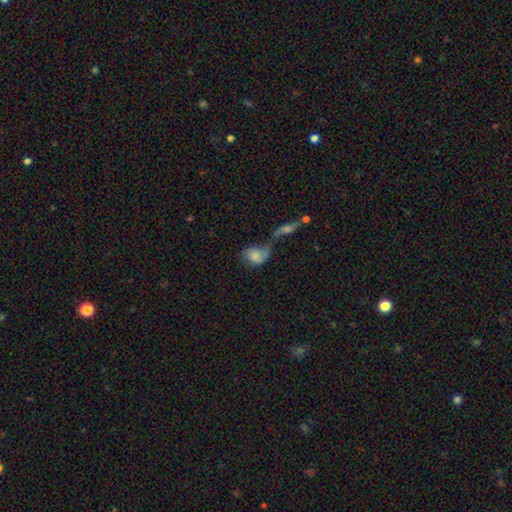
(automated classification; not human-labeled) smooth 71%, featured or disk 19%, star or artifact 9%. Down the decision tree: how rounded — in between (75%); merging — merger (60%).